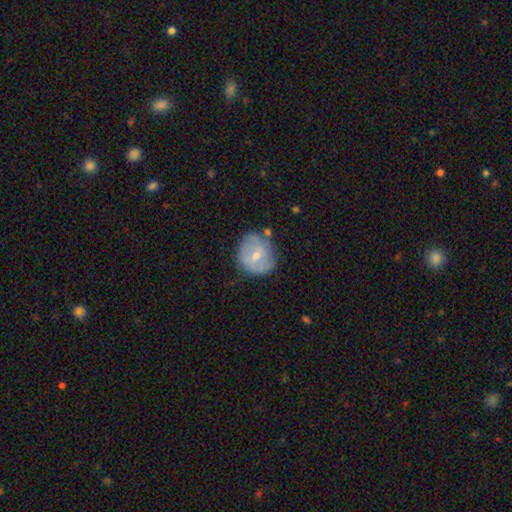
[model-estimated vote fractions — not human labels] Smooth or featured?
  - smooth: 55% *
  - featured or disk: 38%
  - star or artifact: 7%
How rounded?
  - round: 79% *
  - in between: 20%
  - cigar-shaped: 1%
Merging?
  - none: 65% *
  - minor disturbance: 23%
  - major disturbance: 7%
  - merger: 6%